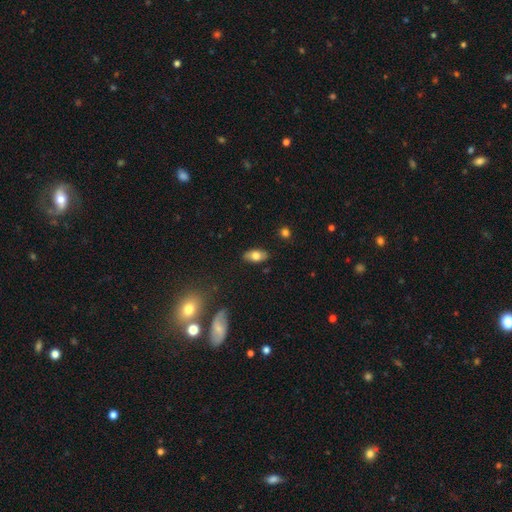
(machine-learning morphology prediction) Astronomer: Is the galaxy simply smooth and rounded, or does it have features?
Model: smooth — 74%.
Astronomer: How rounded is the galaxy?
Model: in between — 90%.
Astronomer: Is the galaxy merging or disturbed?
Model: none — 86%.